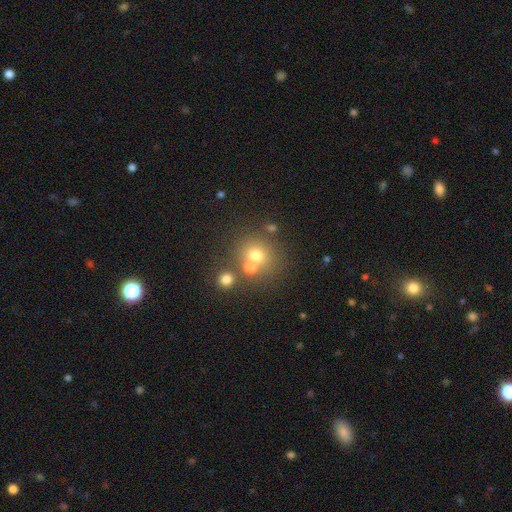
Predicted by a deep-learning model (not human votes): The model was most divided on "merging": none: 59%, merger: 28%, minor disturbance: 9%, major disturbance: 4%. More confident: how rounded — round (85%); smooth or featured — smooth (66%).